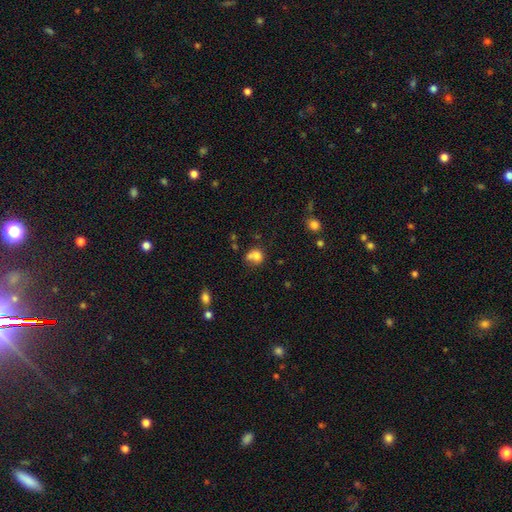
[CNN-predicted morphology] This appears to be a smooth galaxy with no disk features (76%) that is round (65%). Merging: merger (36%, tied with none).